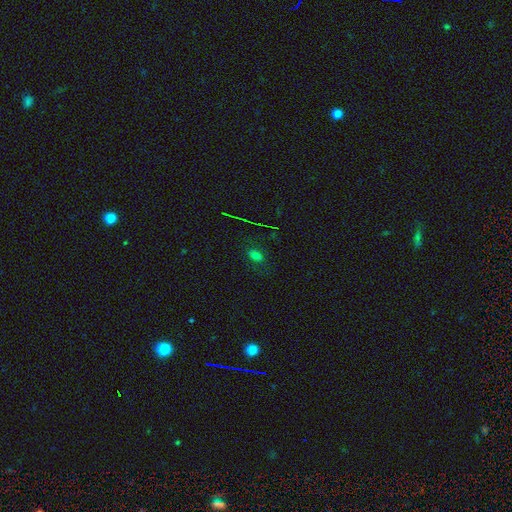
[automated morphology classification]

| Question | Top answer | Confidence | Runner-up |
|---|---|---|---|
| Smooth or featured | smooth | 60% | star or artifact (28%) |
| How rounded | in between | 82% | round (14%) |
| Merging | none | 76% | minor disturbance (17%) |